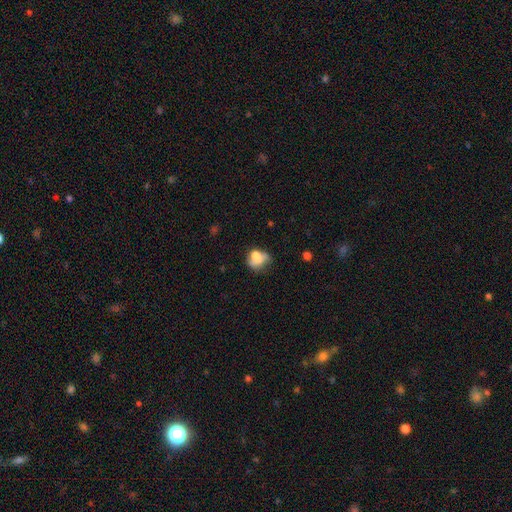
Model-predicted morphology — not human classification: smooth_or_featured: smooth (p=0.64) [alt: featured or disk p=0.25]
how_rounded: round (p=0.57) [alt: in between p=0.41]
merging: none (p=0.34) [alt: minor disturbance p=0.27]